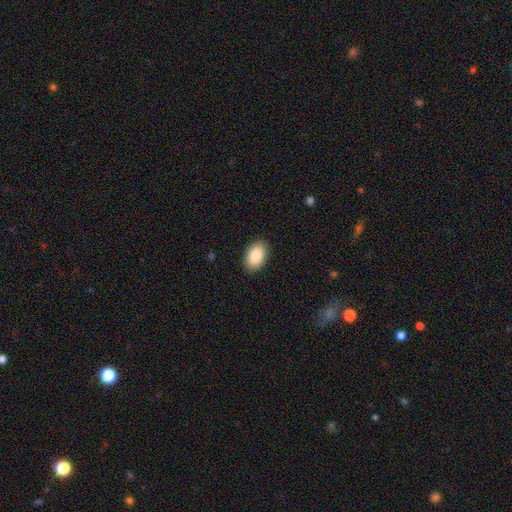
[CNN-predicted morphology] smooth 88%, star or artifact 6%, featured or disk 5%. Down the decision tree: how rounded — in between (92%); merging — none (89%).